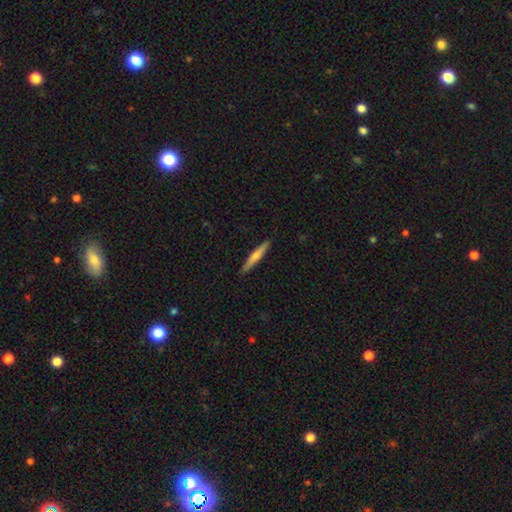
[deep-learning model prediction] The model was most divided on "smooth or featured": smooth: 50%, featured or disk: 44%, star or artifact: 6%. More confident: merging — none (91%).